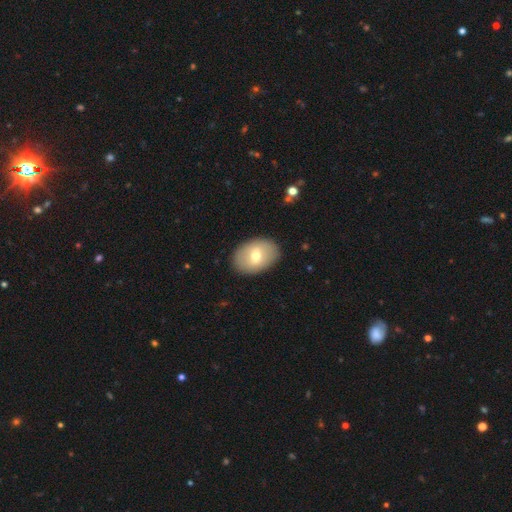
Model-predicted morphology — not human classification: Smooth or featured: smooth — 66% (featured or disk — 28%)
How rounded: in between — 82% (round — 17%)
Merging: none — 88% (minor disturbance — 9%)